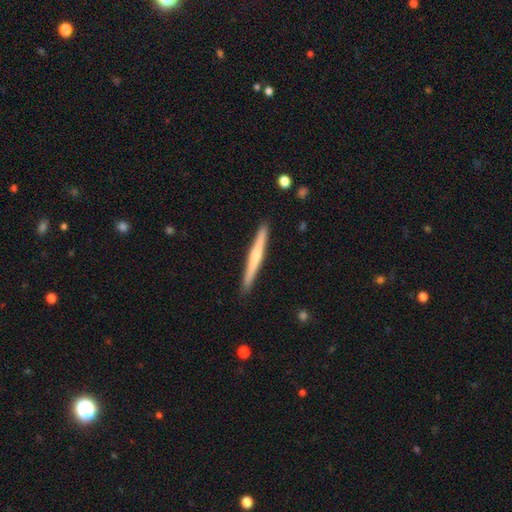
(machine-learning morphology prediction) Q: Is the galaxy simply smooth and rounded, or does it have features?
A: featured or disk — 51%.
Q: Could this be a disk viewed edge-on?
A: yes — 98%.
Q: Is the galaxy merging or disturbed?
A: none — 91%.